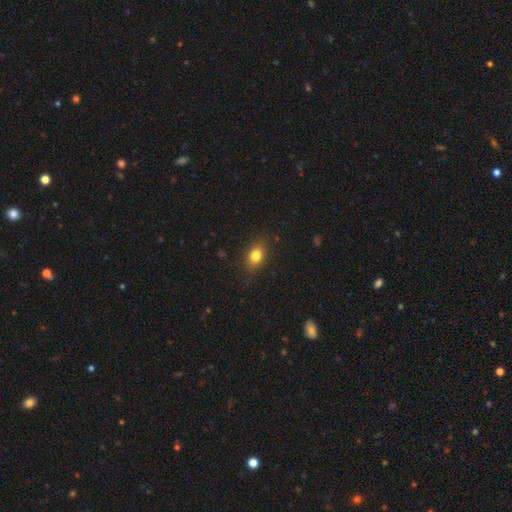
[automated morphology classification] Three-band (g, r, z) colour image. It shows a smooth galaxy with no disk features (80%) that is in between round and cigar-shaped (70%). Merging: none (82%).